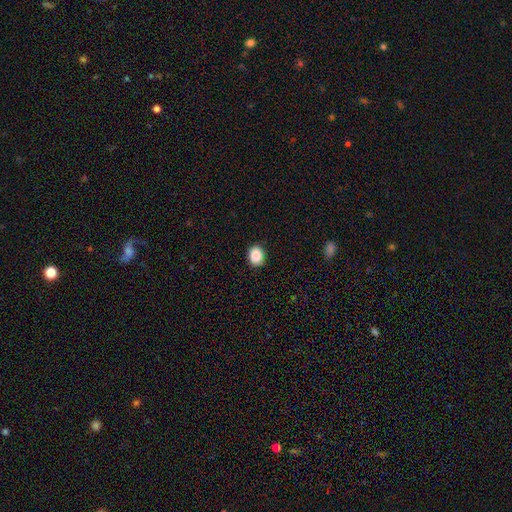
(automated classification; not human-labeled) Smooth or featured?
  - smooth: 89% *
  - star or artifact: 8%
  - featured or disk: 3%
How rounded?
  - in between: 50% *
  - round: 49%
  - cigar-shaped: 1%
Merging?
  - none: 90% *
  - minor disturbance: 7%
  - major disturbance: 2%
  - merger: 1%